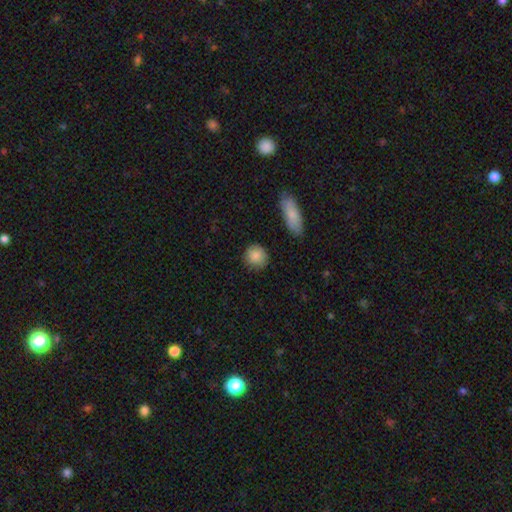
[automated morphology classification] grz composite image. It shows a smooth galaxy with no disk features (87%) that is round (88%). Merging: none (87%).